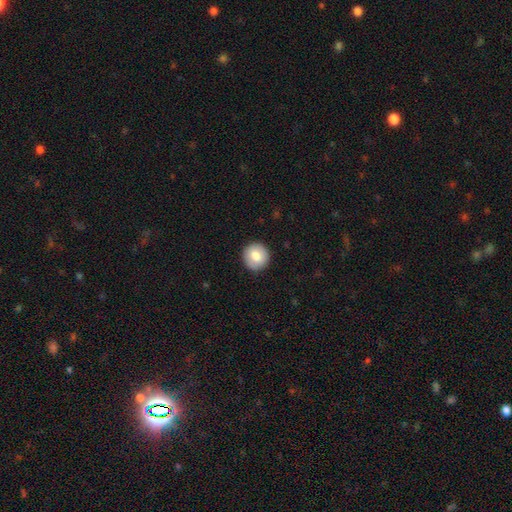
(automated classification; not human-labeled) A smooth galaxy with no disk features (79%) that is round (94%).

Vote fractions:
- Smooth or featured? smooth: 79% / featured or disk: 13% / star or artifact: 7%
- How rounded? round: 94% / in between: 5% / cigar-shaped: 1%
- Merging? none: 92% / minor disturbance: 6% / major disturbance: 2% / merger: 1%